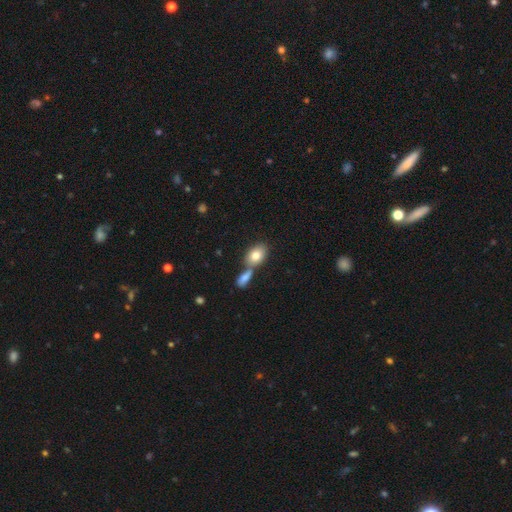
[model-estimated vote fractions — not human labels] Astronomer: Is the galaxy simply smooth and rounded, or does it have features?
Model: smooth — 81%.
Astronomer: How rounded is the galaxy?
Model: in between — 82%.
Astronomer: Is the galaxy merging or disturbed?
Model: merger — 46% (runner-up: none, 41%).